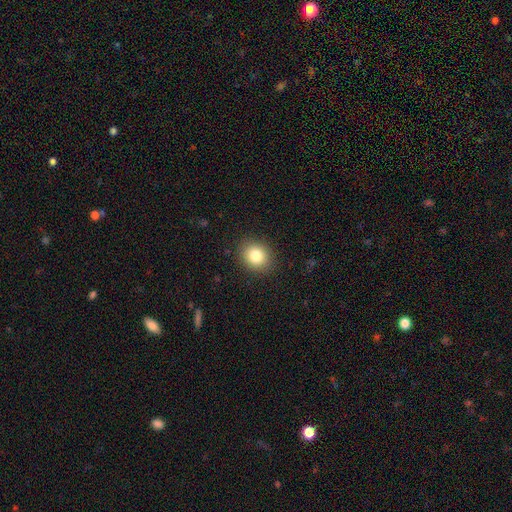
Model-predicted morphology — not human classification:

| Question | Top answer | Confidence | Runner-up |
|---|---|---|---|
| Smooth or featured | smooth | 82% | star or artifact (10%) |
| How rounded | round | 69% | in between (30%) |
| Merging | none | 89% | minor disturbance (8%) |